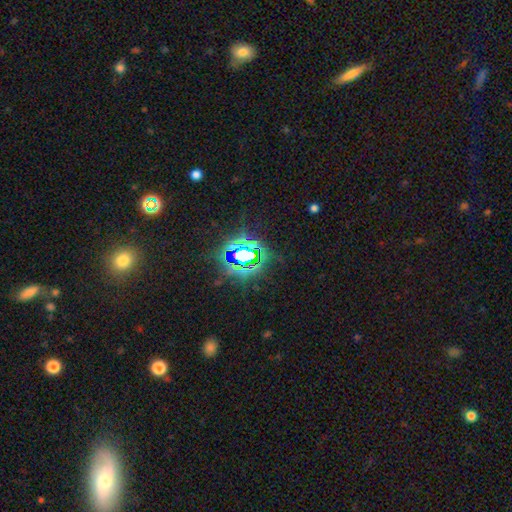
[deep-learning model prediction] This is likely a star or artifact rather than a galaxy (78%).